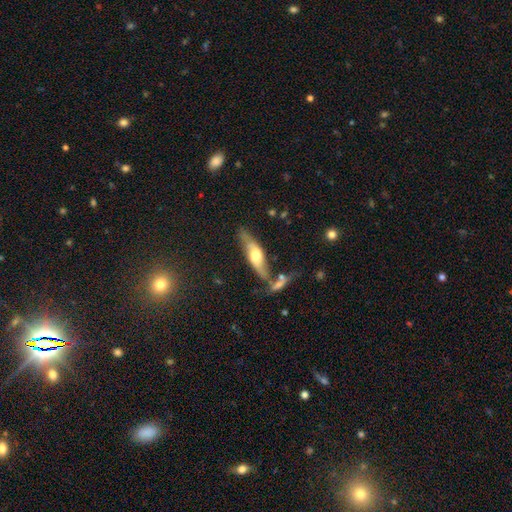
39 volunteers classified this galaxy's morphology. A featured or disk galaxy (74%) viewed edge-on (83%) with a rounded central bulge (92%).

Vote fractions:
- Smooth or featured? featured or disk: 74% / smooth: 21% / star or artifact: 5%
- Edge-on disk? yes: 83% / no: 17%
- Edge-on bulge? rounded: 92% / boxy: 4% / none: 4%
- Merging? none: 54% / minor disturbance: 19% / merger: 16% / major disturbance: 11%